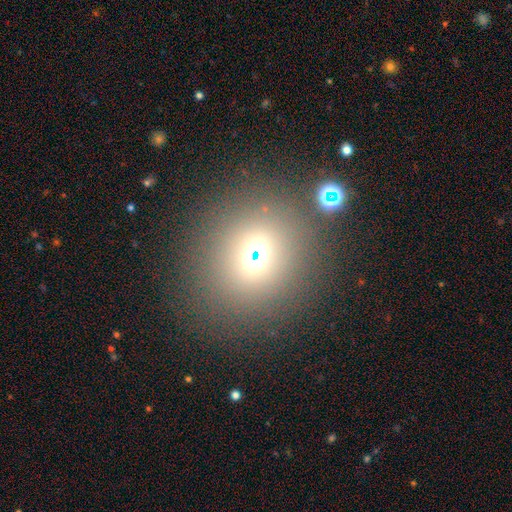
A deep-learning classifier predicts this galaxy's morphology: A smooth galaxy with no disk features (57%) that is round (77%). Merging: none (80%).